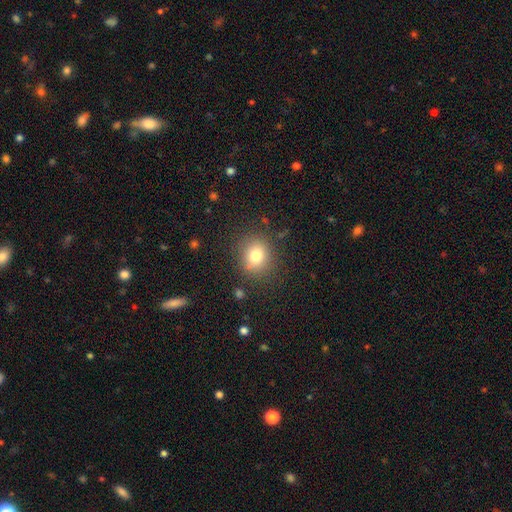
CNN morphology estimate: This is likely a smooth galaxy (78%). How rounded: likely round (75%). Merging: clearly none (83%).